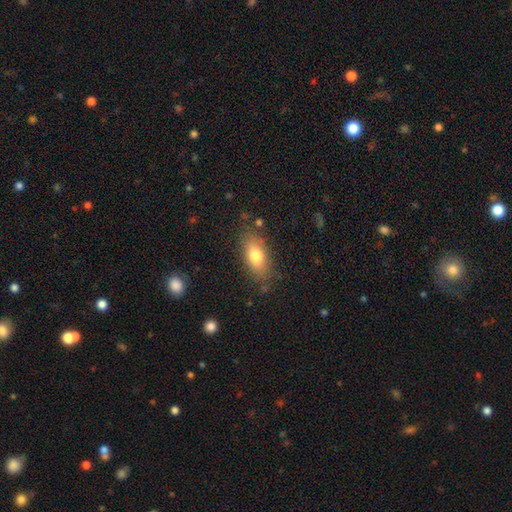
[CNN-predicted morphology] This appears to be a smooth galaxy with no disk features (77%) that is in between round and cigar-shaped (84%). Merging: none (79%).